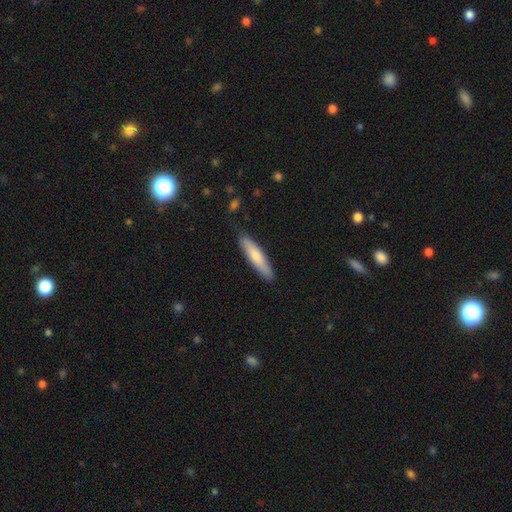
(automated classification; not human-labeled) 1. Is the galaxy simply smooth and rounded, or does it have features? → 73% smooth, 22% featured or disk, 5% star or artifact.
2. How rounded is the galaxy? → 85% cigar-shaped, 14% in between, 1% round.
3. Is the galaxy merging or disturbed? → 85% none, 12% minor disturbance, 2% major disturbance, 1% merger.